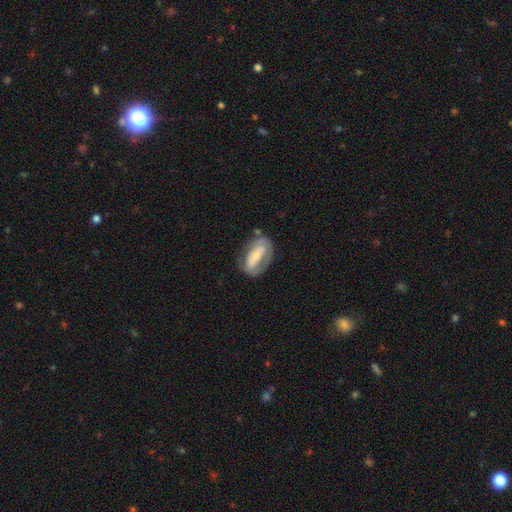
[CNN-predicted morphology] A featured or disk galaxy (59%) with a strong bar (52%), spiral arms (54%) and a small central bulge (49%).

Vote fractions:
- Smooth or featured? featured or disk: 59% / smooth: 35% / star or artifact: 6%
- Edge-on disk? no: 90% / yes: 10%
- Bar? strong: 52% / weak: 26% / no: 22%
- Spiral arms? yes: 54% / no: 46%
- Bulge size? small: 49% / moderate: 39% / large: 6% / none: 4% / dominant: 2%
- Merging? none: 63% / minor disturbance: 22% / major disturbance: 11% / merger: 3%